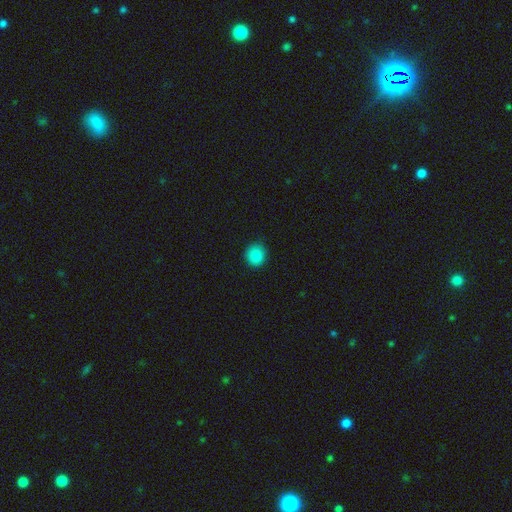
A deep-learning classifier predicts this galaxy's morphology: Q: Smooth or featured?
A: smooth (87%); runner-up: star or artifact (10%)
Q: How rounded?
A: round (90%); runner-up: in between (9%)
Q: Merging?
A: none (90%); runner-up: minor disturbance (7%)